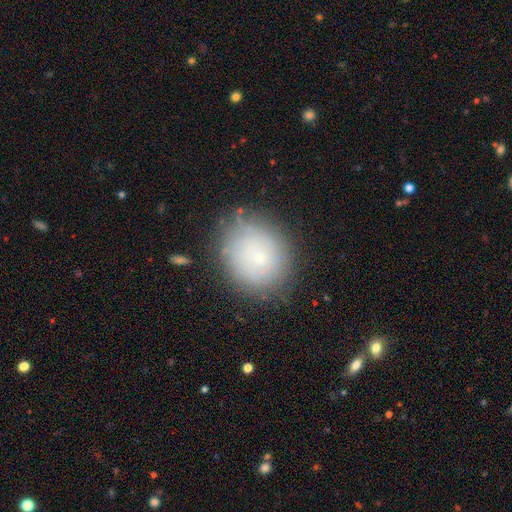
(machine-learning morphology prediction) A smooth galaxy with no disk features (63%) that is round (69%). Merging: none (76%).